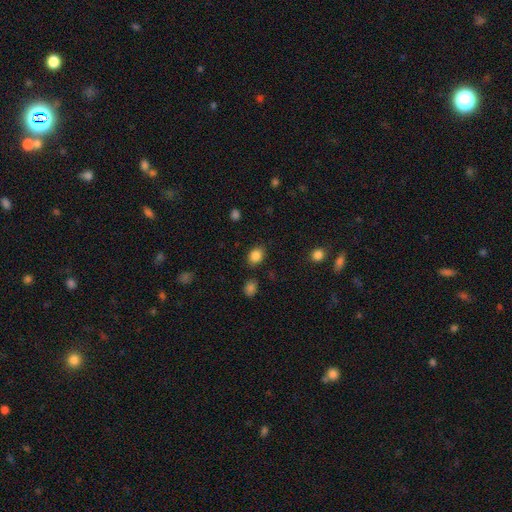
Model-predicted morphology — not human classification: A smooth galaxy with no disk features (86%) that is in between round and cigar-shaped (57%).

Vote fractions:
- Smooth or featured? smooth: 86% / star or artifact: 10% / featured or disk: 5%
- How rounded? in between: 57% / round: 42% / cigar-shaped: 1%
- Merging? none: 83% / minor disturbance: 11% / major disturbance: 3% / merger: 3%